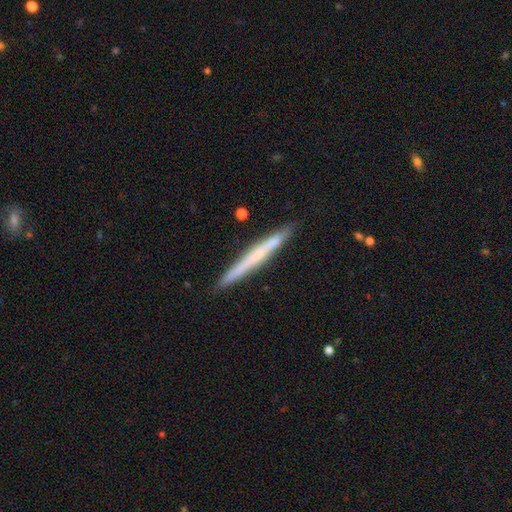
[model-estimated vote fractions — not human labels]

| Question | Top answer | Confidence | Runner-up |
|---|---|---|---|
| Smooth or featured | smooth | 48% | featured or disk (46%) |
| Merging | none | 89% | minor disturbance (8%) |